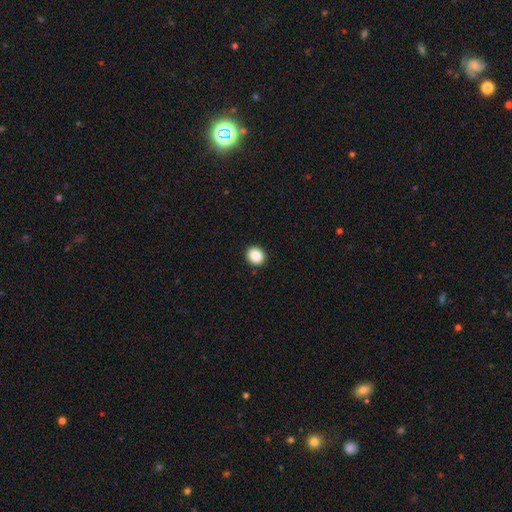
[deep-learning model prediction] Smooth or featured? smooth (87%)
How rounded? round (82%)
Merging? none (92%)